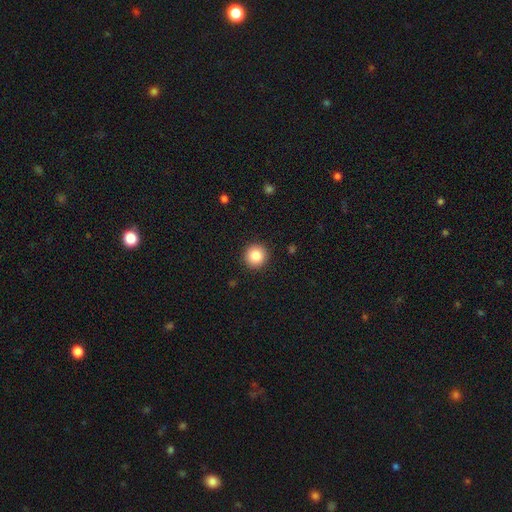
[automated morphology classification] Overall: smooth (84%). How rounded: round (95%). Merging: none (92%).